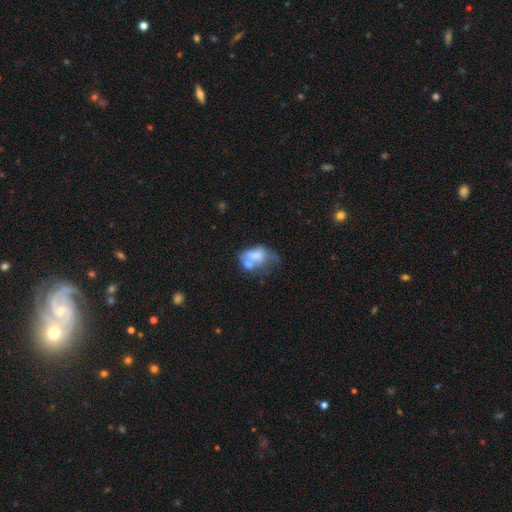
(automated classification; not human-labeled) A smooth galaxy with no disk features (58%) that is in between round and cigar-shaped (79%).

Vote fractions:
- Smooth or featured? smooth: 58% / featured or disk: 32% / star or artifact: 10%
- How rounded? in between: 79% / round: 20% / cigar-shaped: 2%
- Merging? merger: 40% / major disturbance: 23% / minor disturbance: 19% / none: 18%